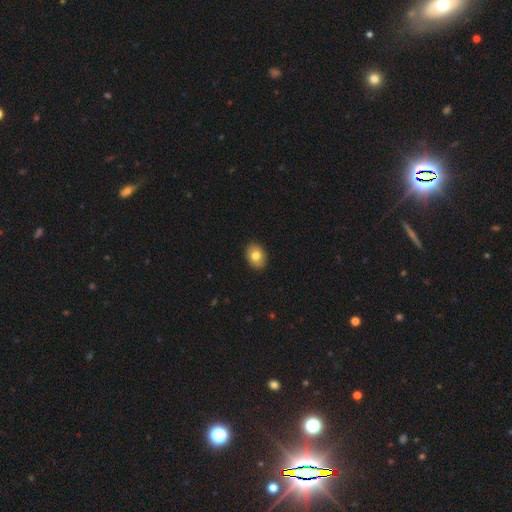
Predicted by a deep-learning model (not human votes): Q: Smooth or featured?
A: smooth (79%); runner-up: featured or disk (12%)
Q: How rounded?
A: in between (67%); runner-up: round (32%)
Q: Merging?
A: none (91%); runner-up: minor disturbance (7%)